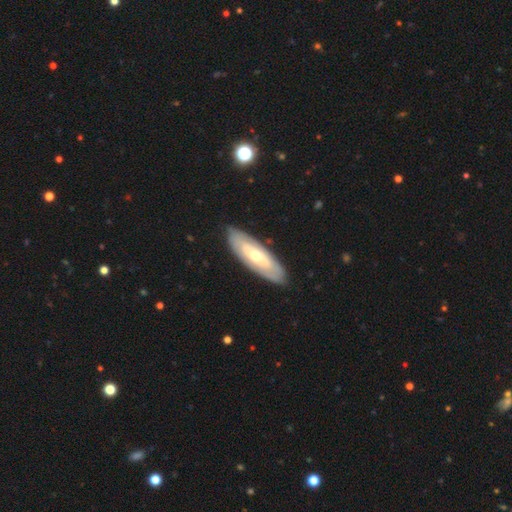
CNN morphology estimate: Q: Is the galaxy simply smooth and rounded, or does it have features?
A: featured or disk — 56%.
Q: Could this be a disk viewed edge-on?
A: no — 74%.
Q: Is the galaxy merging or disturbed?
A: none — 86%.